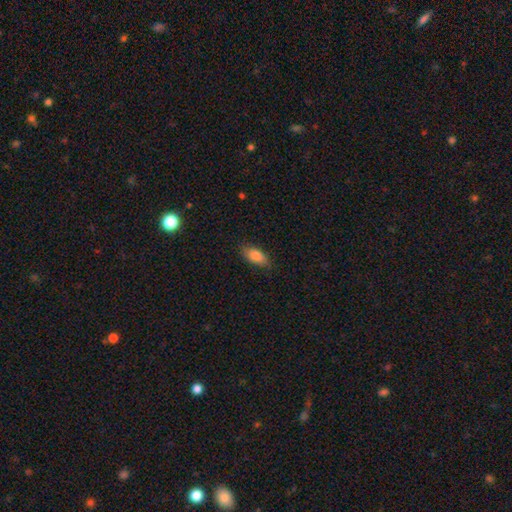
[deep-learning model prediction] Smooth or featured? smooth (81%)
How rounded? in between (87%)
Merging? none (81%)